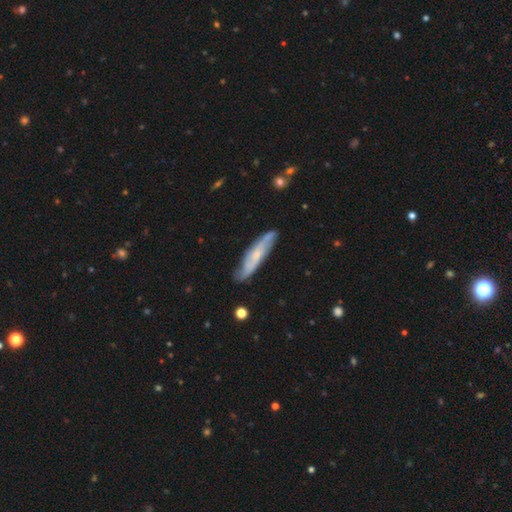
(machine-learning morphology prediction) Q: Smooth or featured?
A: featured or disk (63%); runner-up: smooth (31%)
Q: Edge-on disk?
A: no (62%); runner-up: yes (38%)
Q: Merging?
A: none (80%); runner-up: minor disturbance (16%)